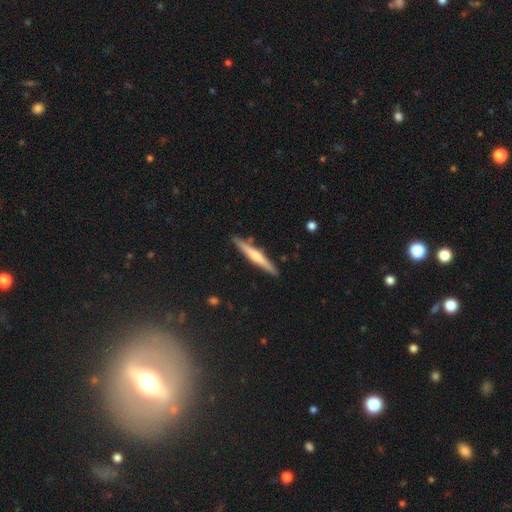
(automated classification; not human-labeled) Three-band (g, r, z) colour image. It shows a featured or disk galaxy (56%) viewed edge-on (97%) with a rounded central bulge (69%). Merging: none (88%).